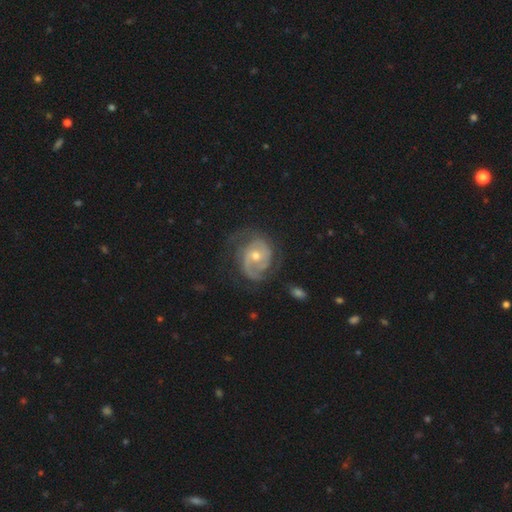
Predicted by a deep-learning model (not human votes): A featured or disk galaxy (85%) with no bar (64%), 2 (65%) tight (47%) spiral arms (95%) and a moderate central bulge (56%).

Vote fractions:
- Smooth or featured? featured or disk: 85% / smooth: 10% / star or artifact: 5%
- Edge-on disk? no: 98% / yes: 2%
- Bar? no: 64% / weak: 29% / strong: 6%
- Spiral arms? yes: 95% / no: 5%
- Spiral winding? tight: 47% / medium: 40% / loose: 13%
- Spiral arm count? 2: 65% / can't tell: 13% / 1: 9% / 3: 9% / 4: 2% / more than 4: 2%
- Bulge size? moderate: 56% / small: 40% / large: 2% / none: 1% / dominant: 1%
- Merging? none: 63% / minor disturbance: 22% / major disturbance: 13% / merger: 2%